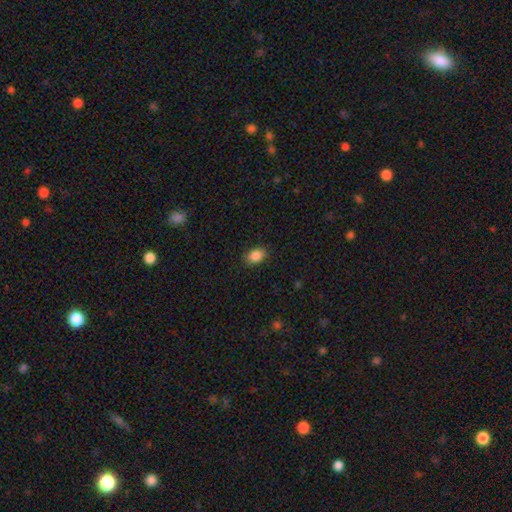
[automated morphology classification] smooth-or-featured: smooth: 88% | star or artifact: 8% | featured or disk: 4%
  how-rounded: in between: 79% | round: 20% | cigar-shaped: 1%
  merging: none: 86% | minor disturbance: 11% | major disturbance: 3% | merger: 1%